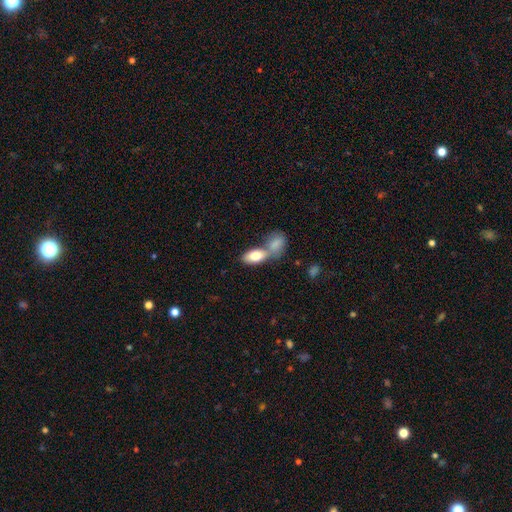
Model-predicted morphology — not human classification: The model was most divided on "merging": merger: 57%, none: 30%, minor disturbance: 8%, major disturbance: 4%. More confident: how rounded — in between (90%); smooth or featured — smooth (81%).